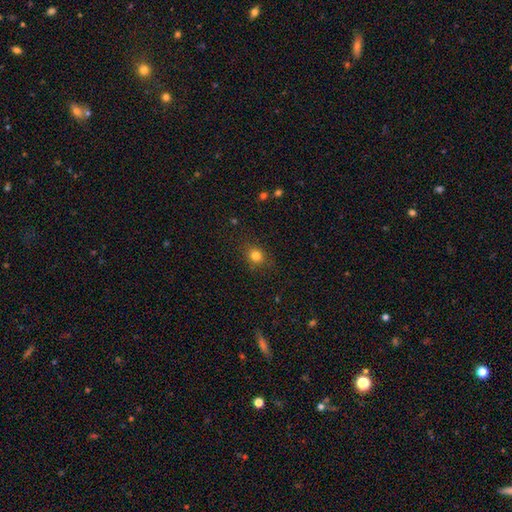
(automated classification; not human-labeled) This is likely a smooth galaxy (80%). How rounded: likely round (70%). Merging: clearly none (84%).